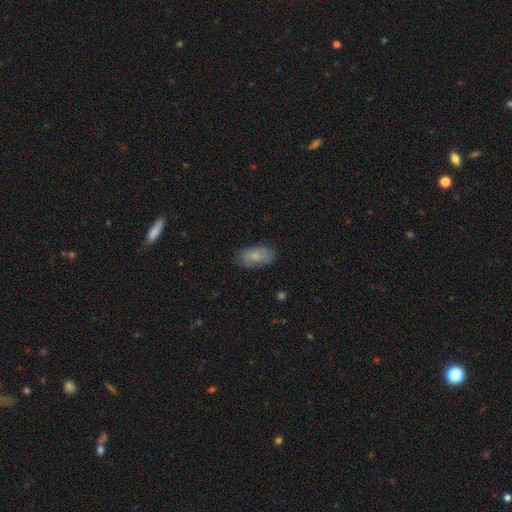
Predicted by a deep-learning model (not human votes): Smooth or featured?
  - smooth: 71% *
  - featured or disk: 21%
  - star or artifact: 7%
How rounded?
  - in between: 92% *
  - round: 6%
  - cigar-shaped: 3%
Merging?
  - none: 75% *
  - minor disturbance: 19%
  - major disturbance: 5%
  - merger: 1%